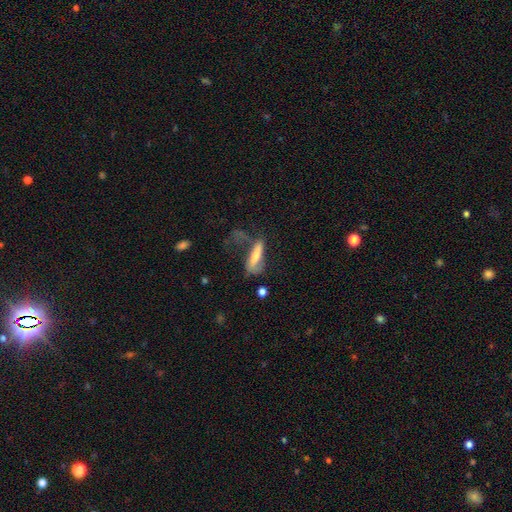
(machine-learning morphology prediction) Overall: smooth (55%; featured or disk 38%). How rounded: cigar-shaped (63%; in between 35%). Merging: major disturbance (39%; none 31%).